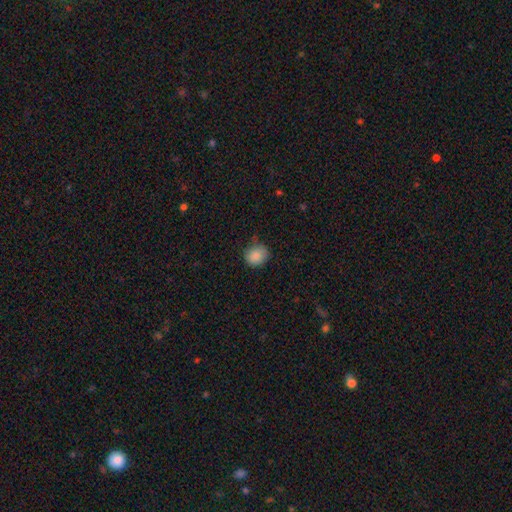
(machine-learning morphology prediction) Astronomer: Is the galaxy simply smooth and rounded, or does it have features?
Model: smooth — 87%.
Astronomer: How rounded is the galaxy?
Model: round — 68%.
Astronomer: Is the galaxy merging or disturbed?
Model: none — 70%.